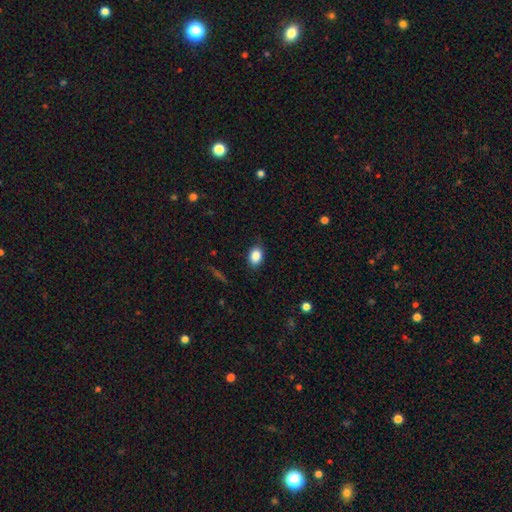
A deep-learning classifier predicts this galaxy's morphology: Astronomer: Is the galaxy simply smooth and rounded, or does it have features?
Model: smooth — 86%.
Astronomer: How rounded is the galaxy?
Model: in between — 78%.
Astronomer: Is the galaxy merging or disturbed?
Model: none — 83%.